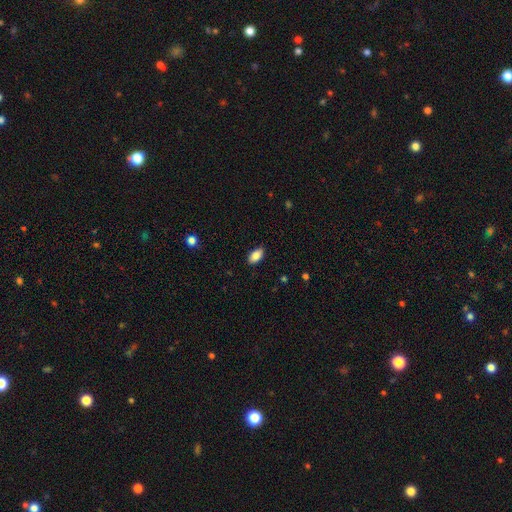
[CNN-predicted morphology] Overall: smooth (86%). How rounded: in between (93%). Merging: none (86%).